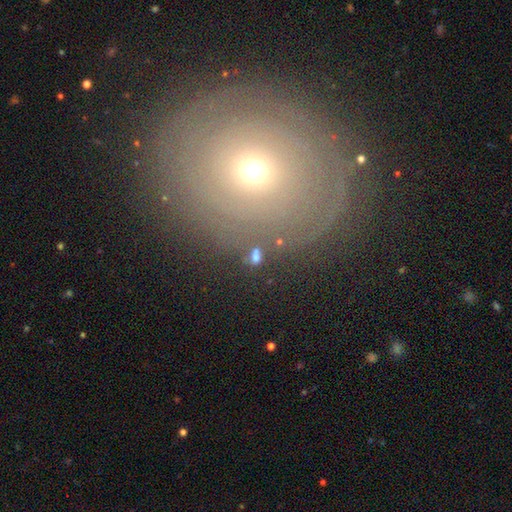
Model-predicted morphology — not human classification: Overall: smooth (60%; star or artifact 27%). How rounded: in between (68%). Merging: none (72%).